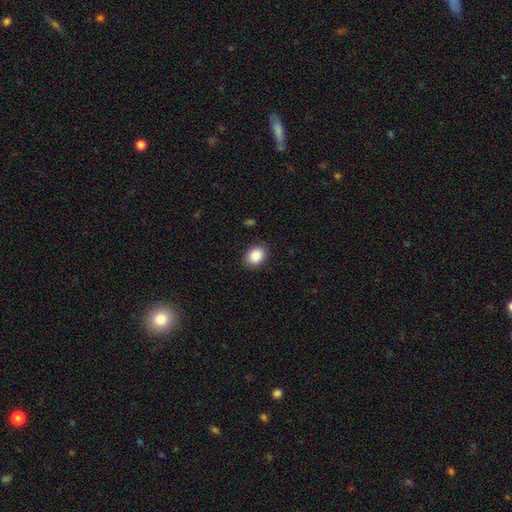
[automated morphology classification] Smooth or featured: smooth — 88% (star or artifact — 8%)
How rounded: in between — 60% (round — 39%)
Merging: none — 86% (minor disturbance — 10%)